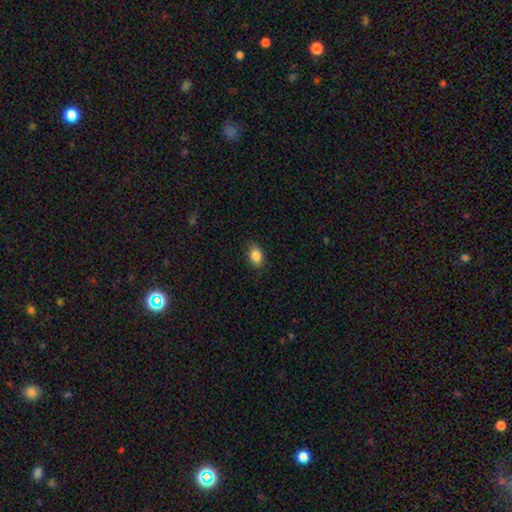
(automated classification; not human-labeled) smooth 87%, star or artifact 8%, featured or disk 5%. Down the decision tree: how rounded — in between (81%); merging — none (87%).